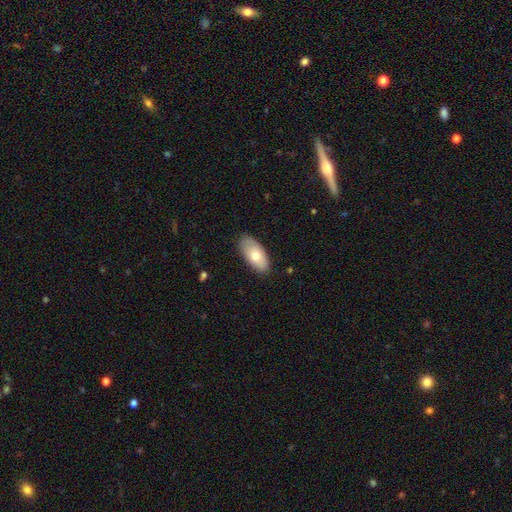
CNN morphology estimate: Overall: smooth (72%). How rounded: in between (92%). Merging: none (83%).